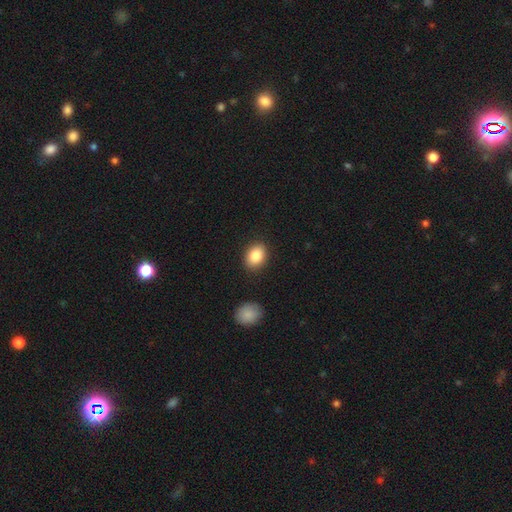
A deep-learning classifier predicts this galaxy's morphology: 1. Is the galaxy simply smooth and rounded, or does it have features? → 87% smooth, 8% star or artifact, 6% featured or disk.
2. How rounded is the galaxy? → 70% in between, 29% round, 1% cigar-shaped.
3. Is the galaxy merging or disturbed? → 87% none, 8% minor disturbance, 2% major disturbance, 2% merger.